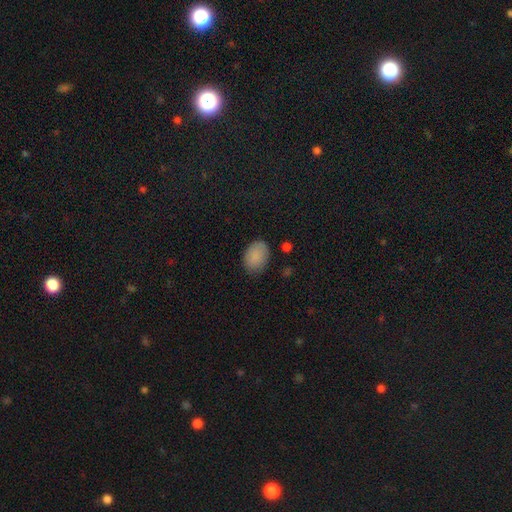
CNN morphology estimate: The model was most divided on "how rounded": in between: 78%, round: 21%, cigar-shaped: 1%. More confident: smooth or featured — smooth (86%); merging — none (77%).